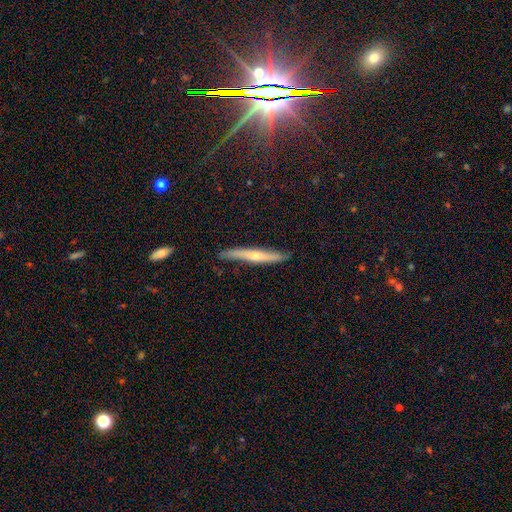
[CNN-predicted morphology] A featured or disk galaxy (56%) viewed edge-on (92%) with a rounded central bulge (77%). Merging: none (81%).